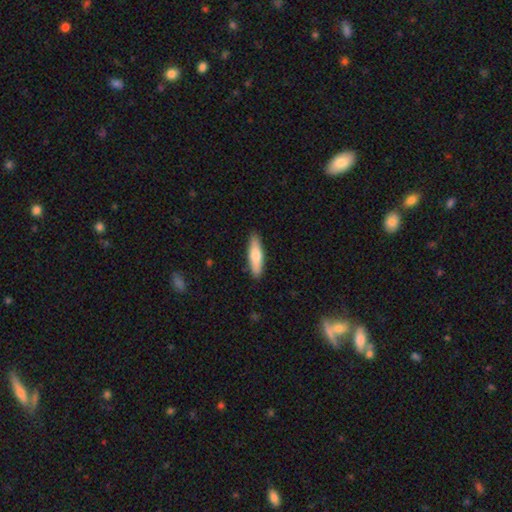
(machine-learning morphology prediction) Smooth or featured: smooth — 71% (featured or disk — 23%)
How rounded: cigar-shaped — 66% (in between — 32%)
Merging: none — 89% (minor disturbance — 8%)